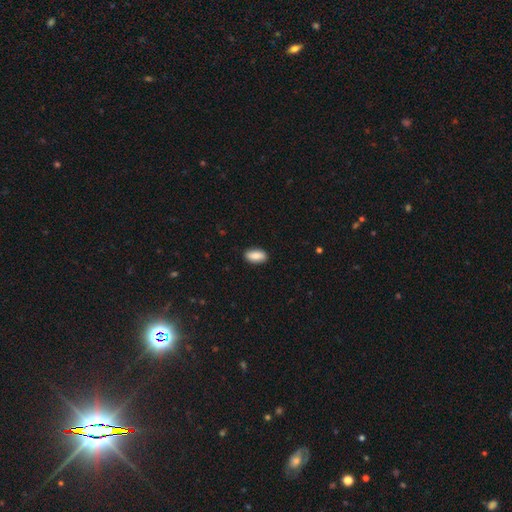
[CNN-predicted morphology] The model was most divided on "smooth or featured": smooth: 87%, featured or disk: 7%, star or artifact: 6%. More confident: how rounded — in between (91%); merging — none (90%).